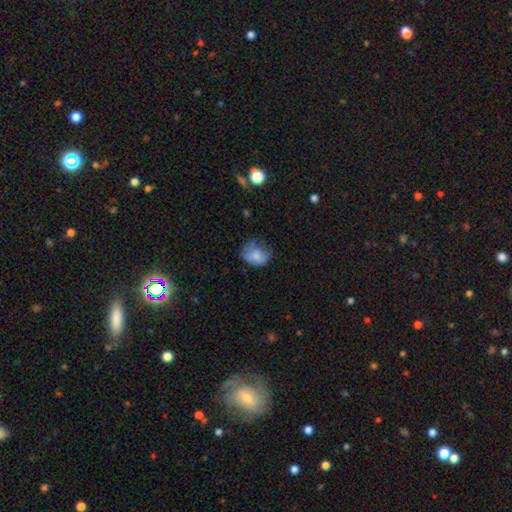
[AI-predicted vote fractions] A smooth galaxy with no disk features (74%) that is in between round and cigar-shaped (57%).

Vote fractions:
- Smooth or featured? smooth: 74% / featured or disk: 16% / star or artifact: 10%
- How rounded? in between: 57% / round: 41% / cigar-shaped: 1%
- Merging? none: 43% / minor disturbance: 34% / major disturbance: 21% / merger: 2%